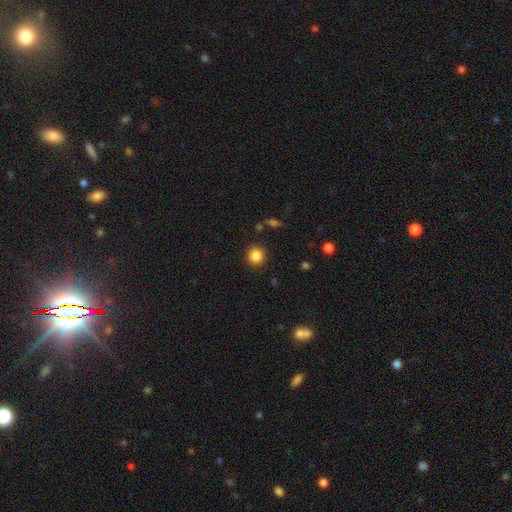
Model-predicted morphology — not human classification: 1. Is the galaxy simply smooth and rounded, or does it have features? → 85% smooth, 11% star or artifact, 4% featured or disk.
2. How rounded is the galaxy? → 92% round, 7% in between, 1% cigar-shaped.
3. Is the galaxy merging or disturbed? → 90% none, 6% minor disturbance, 2% major disturbance, 2% merger.